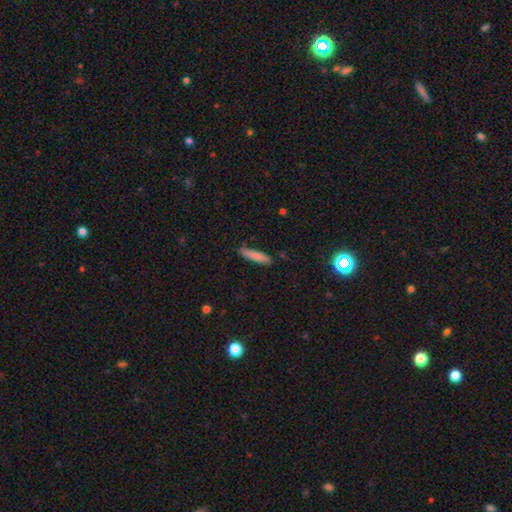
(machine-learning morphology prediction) This appears to be a smooth galaxy with no disk features (82%) that is cigar-shaped (85%). Merging: none (83%).